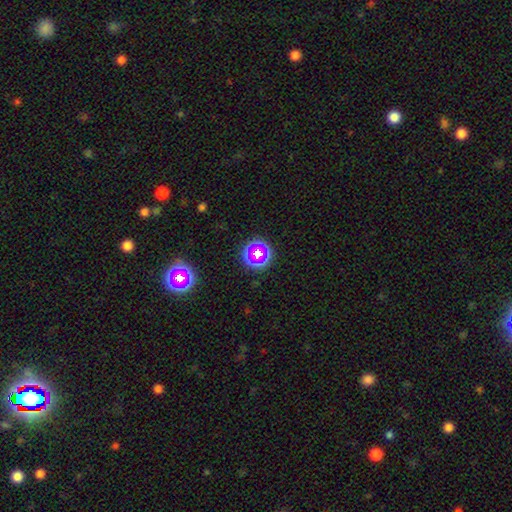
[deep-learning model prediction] Smooth or featured? Predicted: smooth (p=0.42). Merging? Predicted: none (p=0.84).